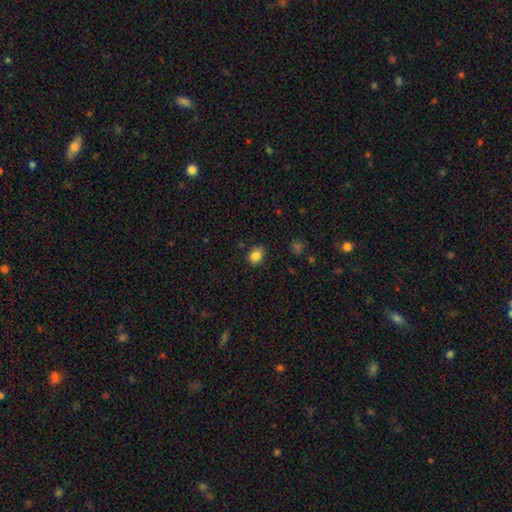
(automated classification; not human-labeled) The model was most divided on "how rounded": round: 54%, in between: 45%, cigar-shaped: 1%. More confident: smooth or featured — smooth (84%); merging — none (81%).